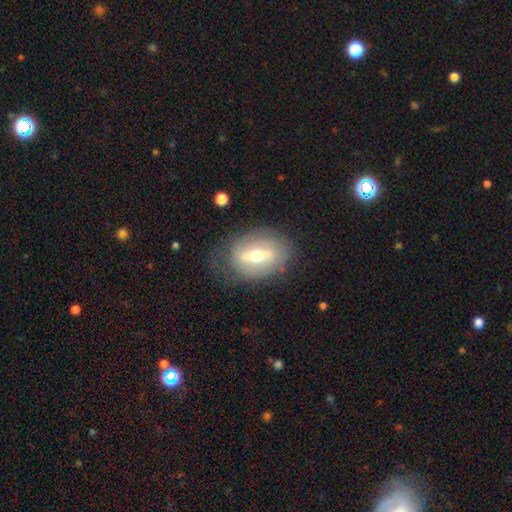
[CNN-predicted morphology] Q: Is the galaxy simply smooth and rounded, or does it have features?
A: featured or disk — 61%.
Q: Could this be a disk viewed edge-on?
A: no — 79%.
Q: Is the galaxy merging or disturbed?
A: none — 71%.